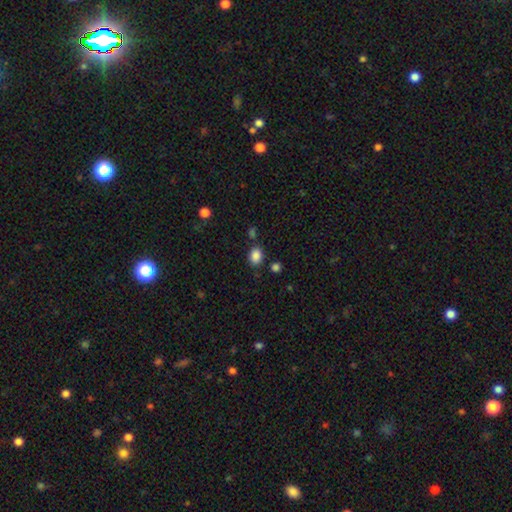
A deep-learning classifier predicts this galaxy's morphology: This is clearly a smooth galaxy (86%). How rounded: likely in between (60%). Merging: likely none (78%).